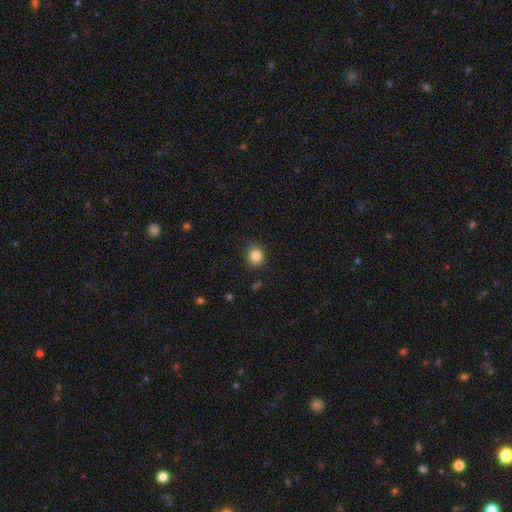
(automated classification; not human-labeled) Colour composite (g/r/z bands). It shows a smooth galaxy with no disk features (85%) that is round (82%). Merging: none (84%).